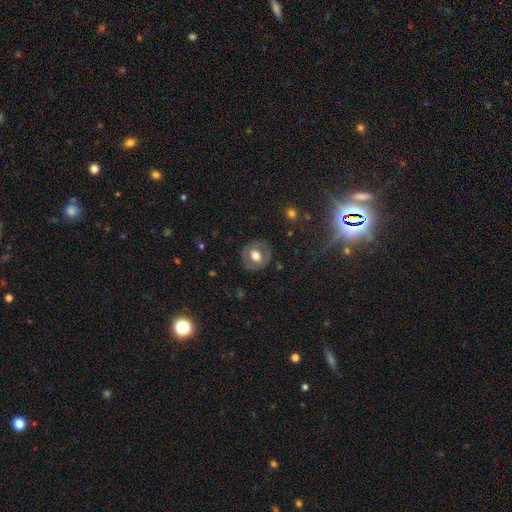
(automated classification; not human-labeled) Q: Smooth or featured?
A: smooth (53%); runner-up: featured or disk (39%)
Q: How rounded?
A: round (82%); runner-up: in between (17%)
Q: Merging?
A: none (84%); runner-up: minor disturbance (11%)